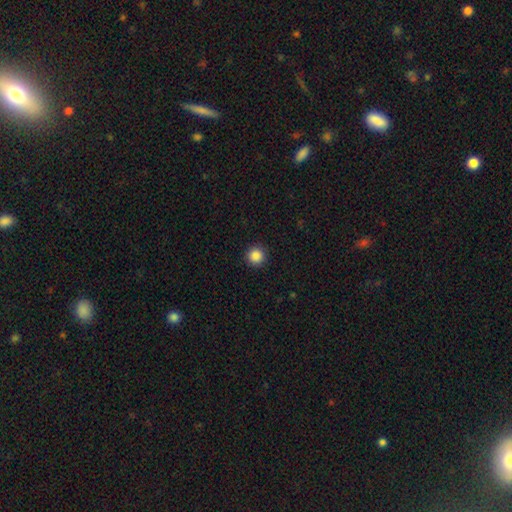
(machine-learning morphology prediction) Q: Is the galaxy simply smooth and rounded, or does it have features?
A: smooth — 87%.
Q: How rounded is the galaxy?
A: round — 95%.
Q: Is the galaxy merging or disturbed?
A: none — 92%.